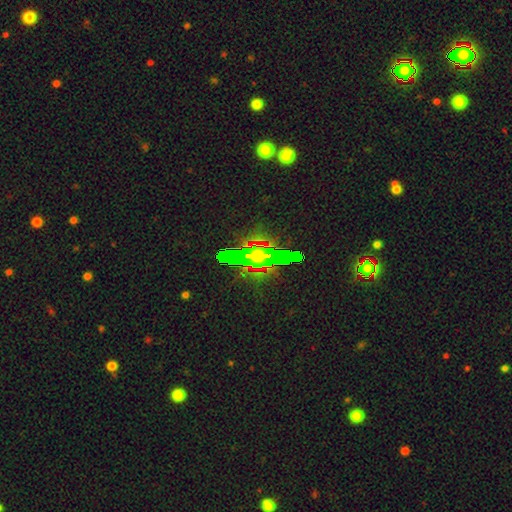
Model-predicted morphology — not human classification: Smooth or featured: star or artifact — 65% (smooth — 18%)